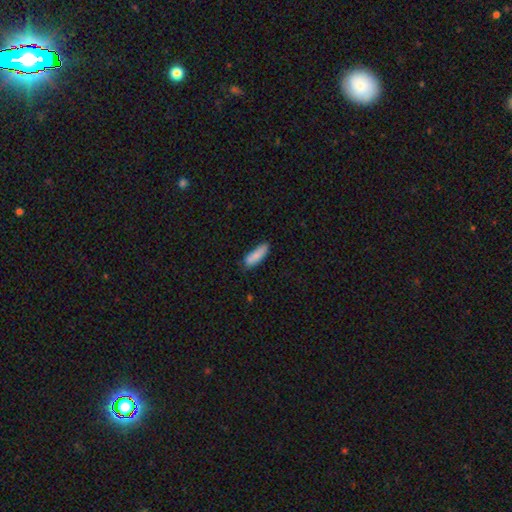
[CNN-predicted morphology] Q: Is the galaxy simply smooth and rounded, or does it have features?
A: smooth — 86%.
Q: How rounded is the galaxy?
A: in between — 54%.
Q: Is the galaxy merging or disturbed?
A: none — 71%.